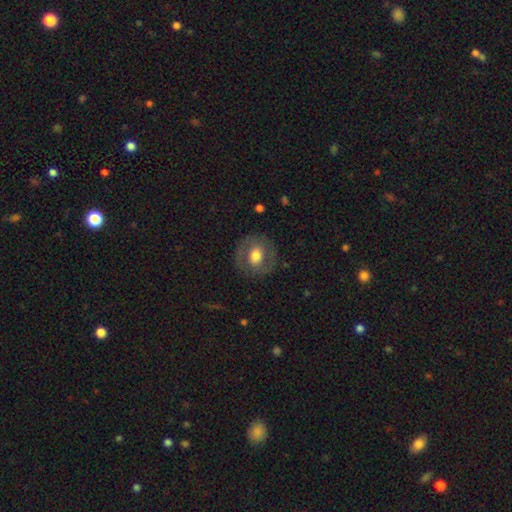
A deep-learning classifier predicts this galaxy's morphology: A featured or disk galaxy (47%).

Vote fractions:
- Smooth or featured? featured or disk: 47% / smooth: 46% / star or artifact: 7%
- Merging? none: 81% / minor disturbance: 12% / major disturbance: 6% / merger: 1%